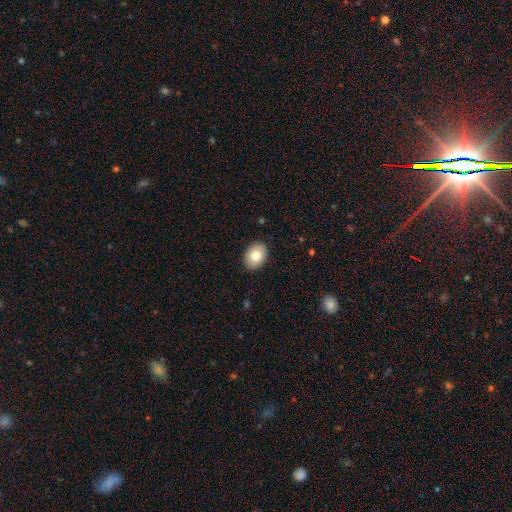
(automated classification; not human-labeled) Smooth or featured? Predicted: smooth (p=0.79). How rounded? Predicted: in between (p=0.69). Merging? Predicted: none (p=0.88).